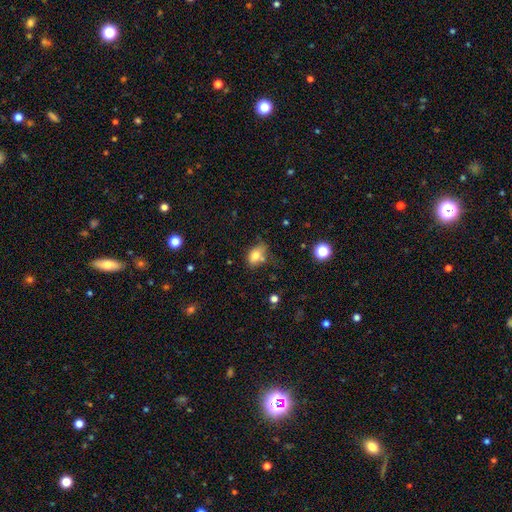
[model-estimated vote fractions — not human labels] smooth 77%, featured or disk 12%, star or artifact 10%. Down the decision tree: how rounded — in between (81%); merging — none (49%).